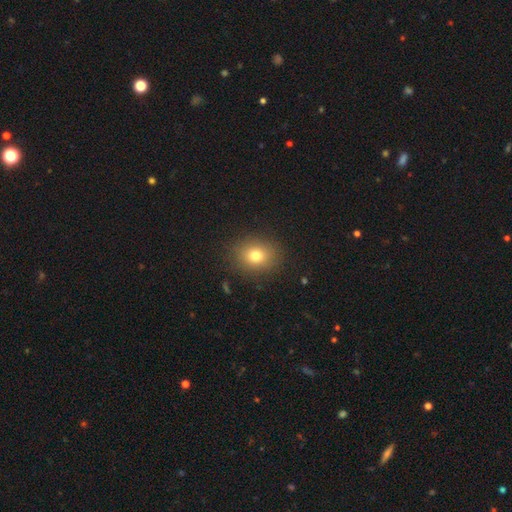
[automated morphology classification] This is likely a smooth galaxy (77%). How rounded: likely round (62%). Merging: clearly none (87%).